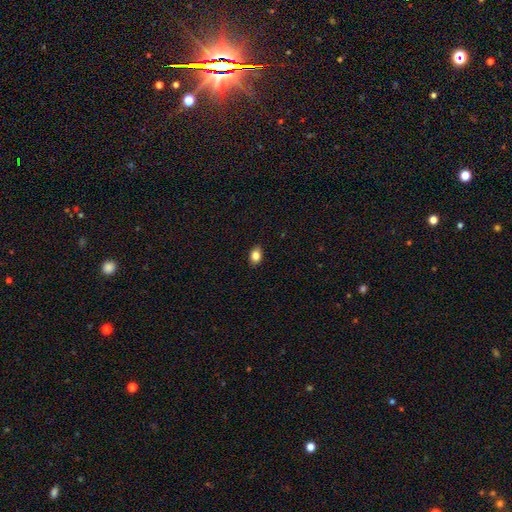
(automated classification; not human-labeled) Smooth or featured? Predicted: smooth (p=0.84). How rounded? Predicted: in between (p=0.73). Merging? Predicted: none (p=0.87).